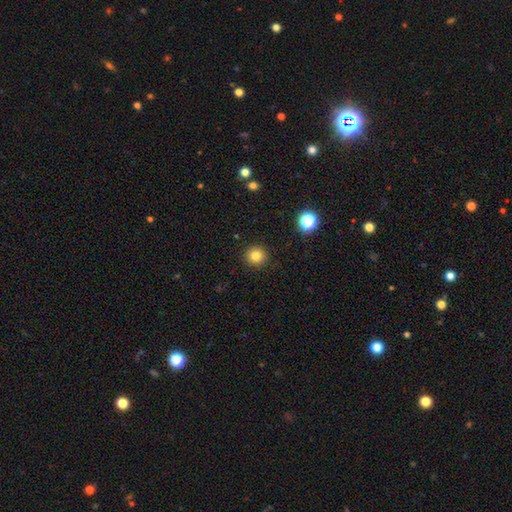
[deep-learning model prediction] The model was most divided on "smooth or featured": smooth: 82%, star or artifact: 12%, featured or disk: 6%. More confident: how rounded — round (94%); merging — none (92%).